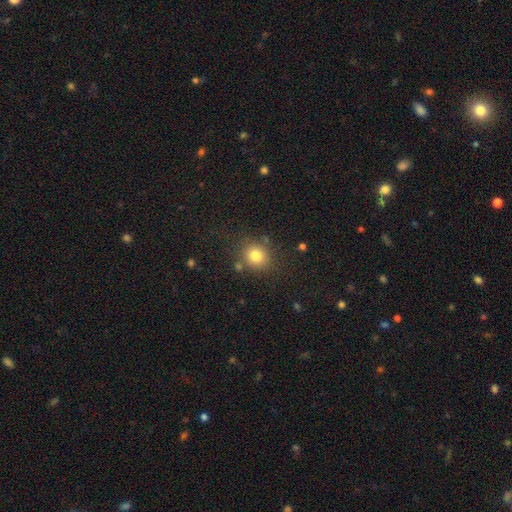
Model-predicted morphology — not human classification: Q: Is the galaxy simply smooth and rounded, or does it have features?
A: smooth — 79%.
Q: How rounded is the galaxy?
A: round — 80%.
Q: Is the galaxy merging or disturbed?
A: none — 79%.